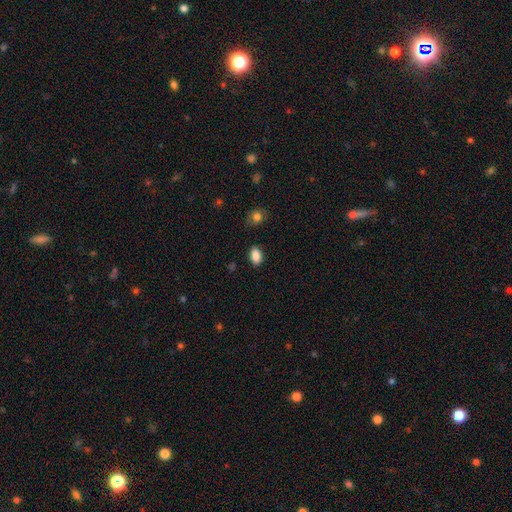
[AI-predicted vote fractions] This appears to be a smooth galaxy with no disk features (88%) that is in between round and cigar-shaped (89%). Merging: none (87%).